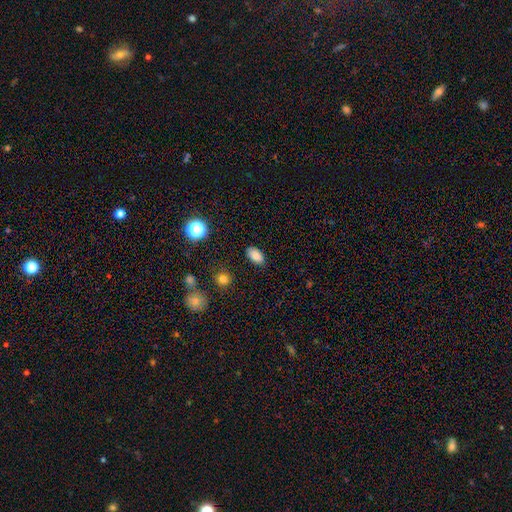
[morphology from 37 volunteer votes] A smooth galaxy with no disk features (95%) that is in between round and cigar-shaped (89%).

Vote fractions:
- Smooth or featured? smooth: 95% / featured or disk: 3% / star or artifact: 3%
- How rounded? in between: 89% / round: 11% / cigar-shaped: 0%
- Merging? none: 92% / minor disturbance: 6% / merger: 3% / major disturbance: 0%